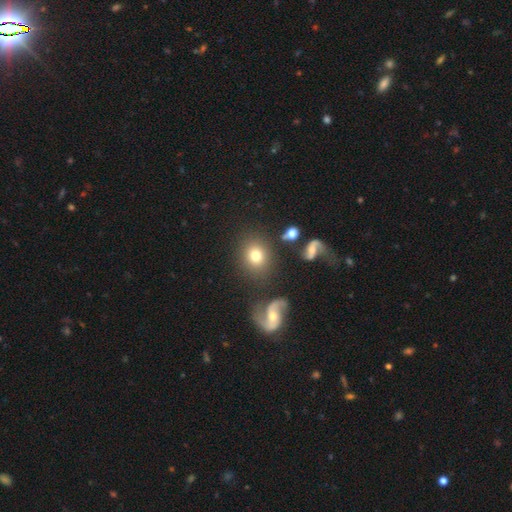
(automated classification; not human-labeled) The model was most divided on "how rounded": round: 67%, in between: 32%, cigar-shaped: 1%. More confident: merging — none (76%); smooth or featured — smooth (72%).